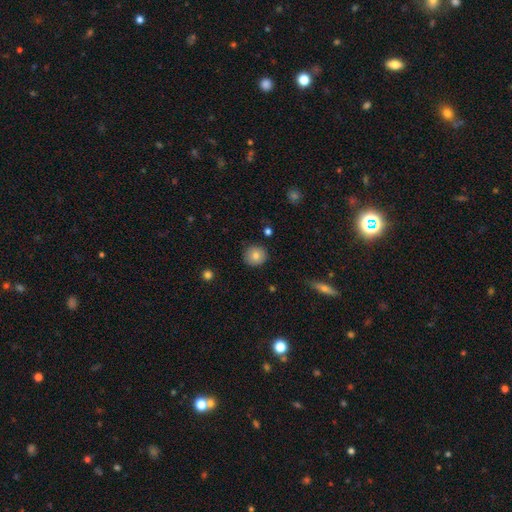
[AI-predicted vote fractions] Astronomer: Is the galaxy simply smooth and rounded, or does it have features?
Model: smooth — 81%.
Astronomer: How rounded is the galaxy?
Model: round — 91%.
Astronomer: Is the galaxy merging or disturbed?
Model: none — 88%.